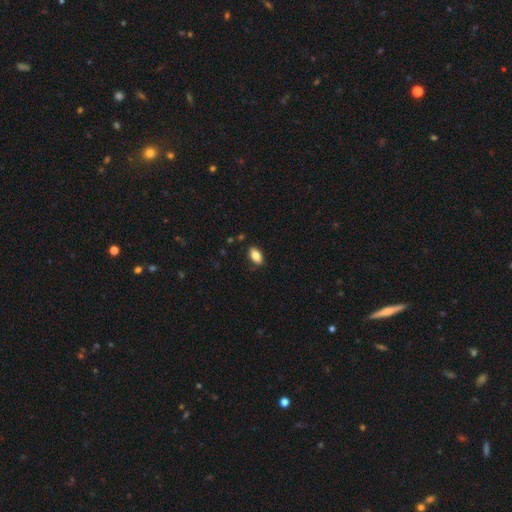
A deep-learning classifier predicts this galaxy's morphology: smooth 82%, featured or disk 10%, star or artifact 8%. Down the decision tree: how rounded — in between (90%); merging — none (84%).